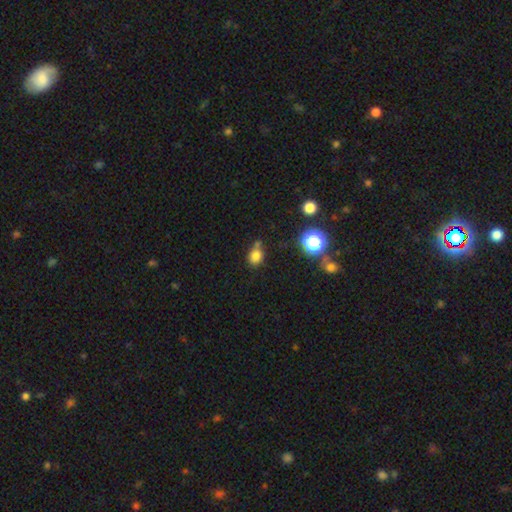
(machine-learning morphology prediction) Smooth or featured?
  - smooth: 78% *
  - star or artifact: 15%
  - featured or disk: 7%
How rounded?
  - round: 61% *
  - in between: 38%
  - cigar-shaped: 1%
Merging?
  - none: 55% *
  - minor disturbance: 22%
  - merger: 17%
  - major disturbance: 6%